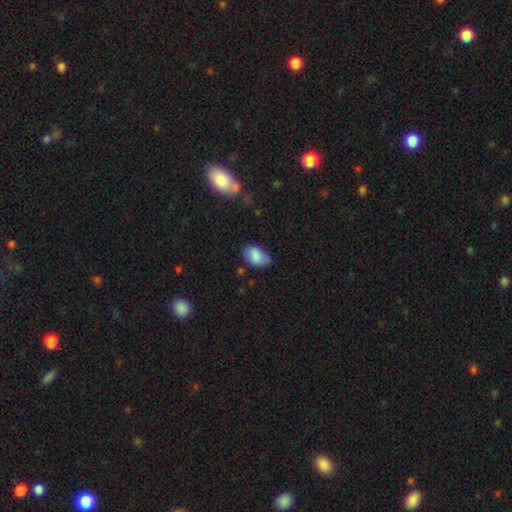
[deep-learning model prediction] smooth-or-featured: smooth: 84% | featured or disk: 9% | star or artifact: 7%
  how-rounded: in between: 91% | round: 8% | cigar-shaped: 1%
  merging: none: 71% | minor disturbance: 23% | major disturbance: 4% | merger: 2%